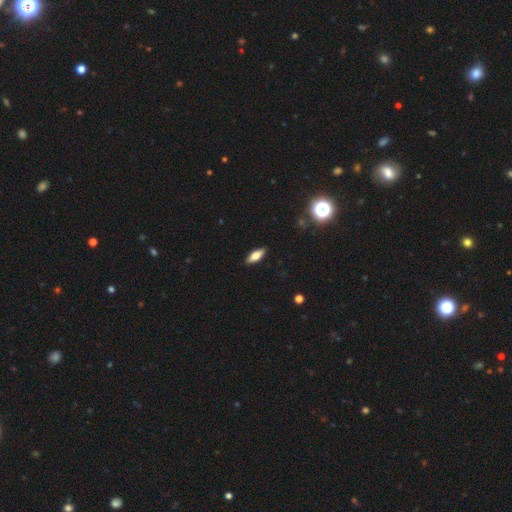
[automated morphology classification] Smooth or featured: smooth — 69% (featured or disk — 23%)
How rounded: in between — 70% (cigar-shaped — 27%)
Merging: none — 89% (minor disturbance — 8%)